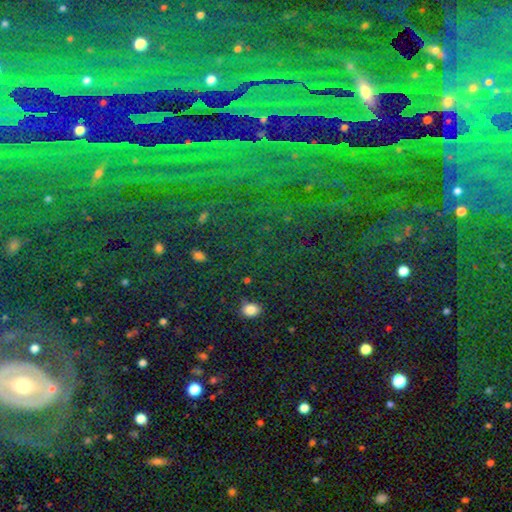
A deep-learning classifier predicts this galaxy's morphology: Smooth or featured? star or artifact (82%)